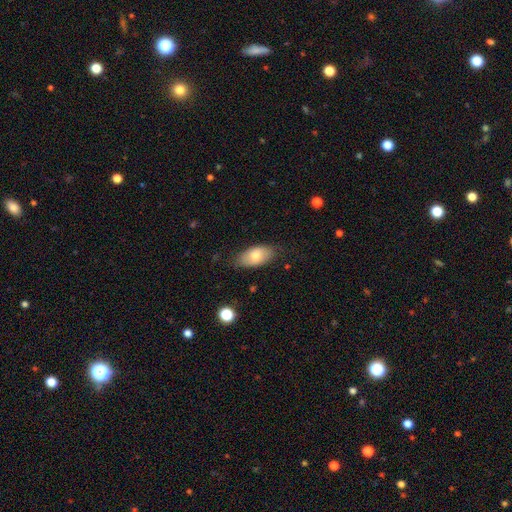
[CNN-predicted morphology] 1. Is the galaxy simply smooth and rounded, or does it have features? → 73% smooth, 20% featured or disk, 7% star or artifact.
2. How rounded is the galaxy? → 92% in between, 4% round, 4% cigar-shaped.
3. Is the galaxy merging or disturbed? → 79% none, 16% minor disturbance, 3% major disturbance, 1% merger.